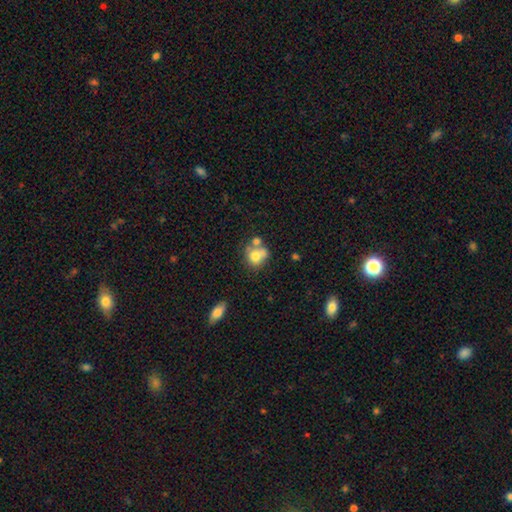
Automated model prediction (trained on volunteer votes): Overall: smooth (69%). How rounded: round (70%). Merging: merger (41%; none 37%).